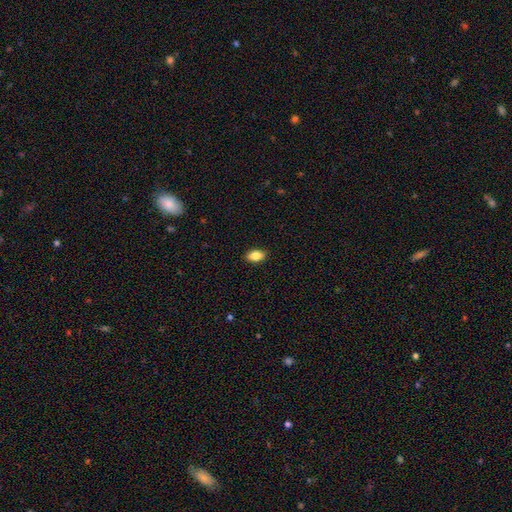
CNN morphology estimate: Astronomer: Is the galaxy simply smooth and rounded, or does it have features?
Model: smooth — 85%.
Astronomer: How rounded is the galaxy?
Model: in between — 89%.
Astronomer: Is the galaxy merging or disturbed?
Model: none — 89%.